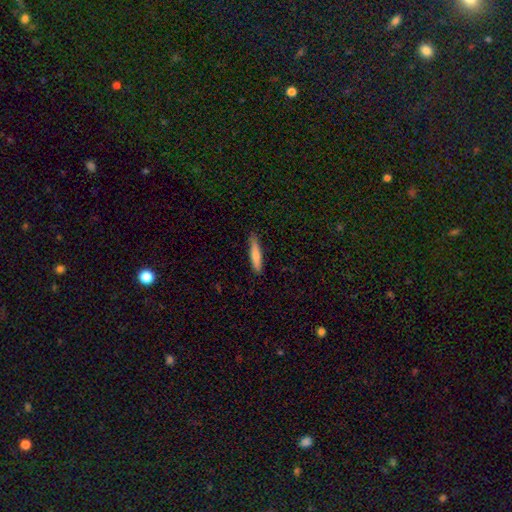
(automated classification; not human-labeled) The model was most divided on "smooth or featured": smooth: 76%, featured or disk: 19%, star or artifact: 5%. More confident: how rounded — cigar-shaped (88%); merging — none (87%).